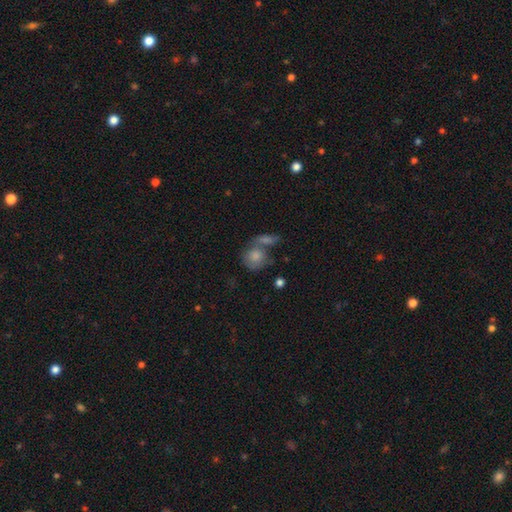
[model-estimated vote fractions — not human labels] The model was most divided on "merging": merger: 48%, none: 31%, minor disturbance: 13%, major disturbance: 8%. More confident: smooth or featured — smooth (76%); how rounded — round (66%).